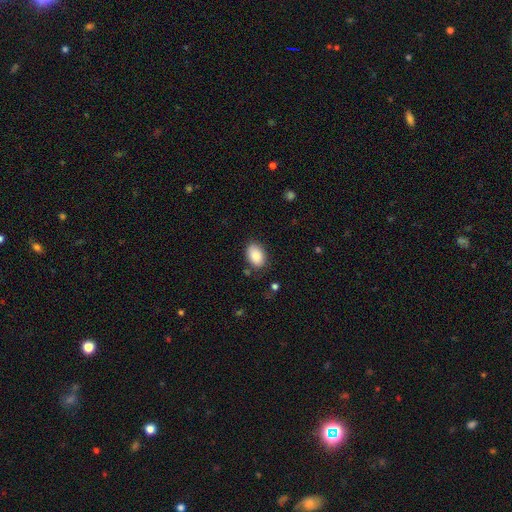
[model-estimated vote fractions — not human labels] Smooth or featured?
  - smooth: 88% *
  - star or artifact: 7%
  - featured or disk: 5%
How rounded?
  - in between: 88% *
  - round: 11%
  - cigar-shaped: 1%
Merging?
  - none: 81% *
  - minor disturbance: 13%
  - major disturbance: 3%
  - merger: 2%